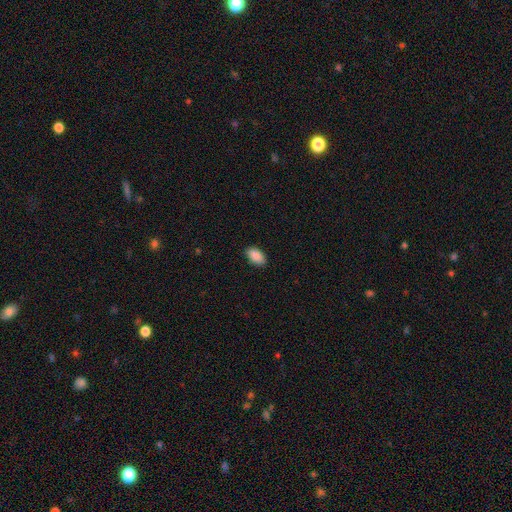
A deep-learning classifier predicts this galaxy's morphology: Smooth or featured: smooth — 89% (star or artifact — 7%)
How rounded: in between — 94% (round — 5%)
Merging: none — 88% (minor disturbance — 9%)